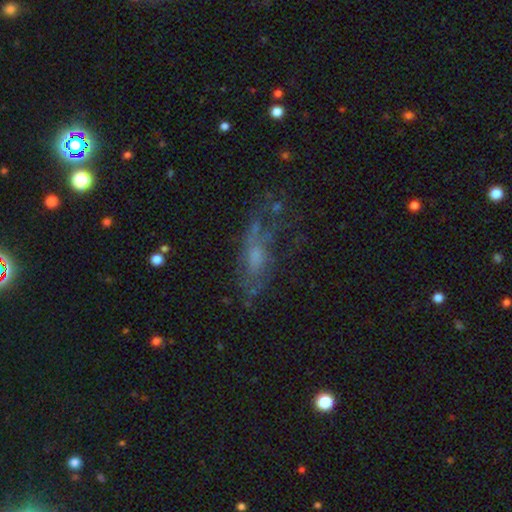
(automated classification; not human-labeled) Overall: featured or disk (54%; smooth 34%). Edge-on disk: no (83%). Merging: none (47%; major disturbance 26%).